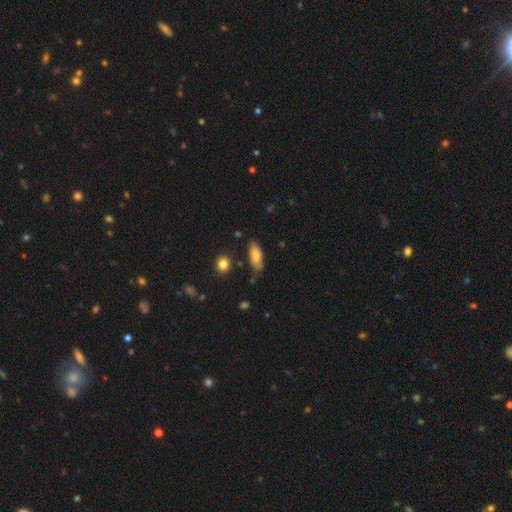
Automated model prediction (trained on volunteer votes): Smooth or featured? Predicted: smooth (p=0.80). How rounded? Predicted: in between (p=0.77). Merging? Predicted: none (p=0.74).